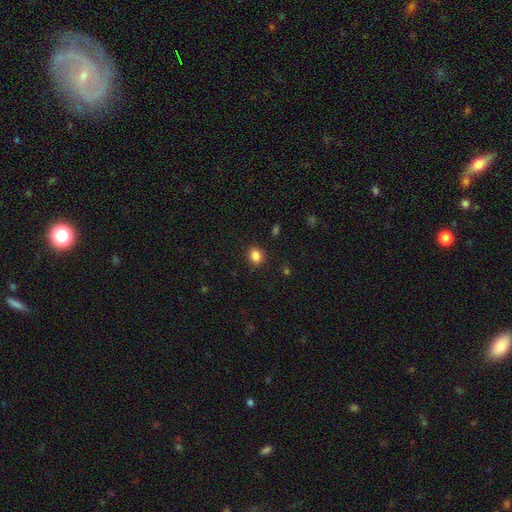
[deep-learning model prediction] Smooth or featured? Predicted: smooth (p=0.85). How rounded? Predicted: round (p=0.61). Merging? Predicted: none (p=0.89).